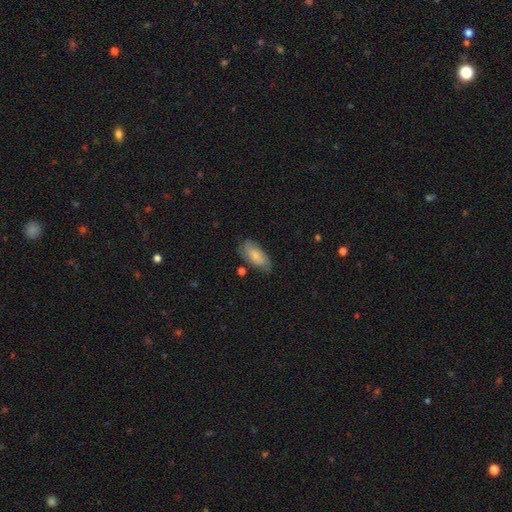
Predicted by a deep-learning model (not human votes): smooth_or_featured: smooth (p=0.74) [alt: featured or disk p=0.20]
how_rounded: in between (p=0.89) [alt: cigar-shaped p=0.09]
merging: none (p=0.67) [alt: minor disturbance p=0.24]